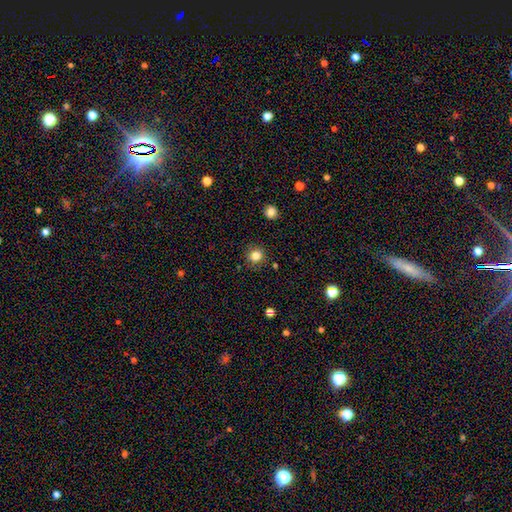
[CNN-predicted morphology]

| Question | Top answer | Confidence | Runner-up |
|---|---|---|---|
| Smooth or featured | smooth | 83% | star or artifact (12%) |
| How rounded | round | 91% | in between (8%) |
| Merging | none | 88% | minor disturbance (8%) |